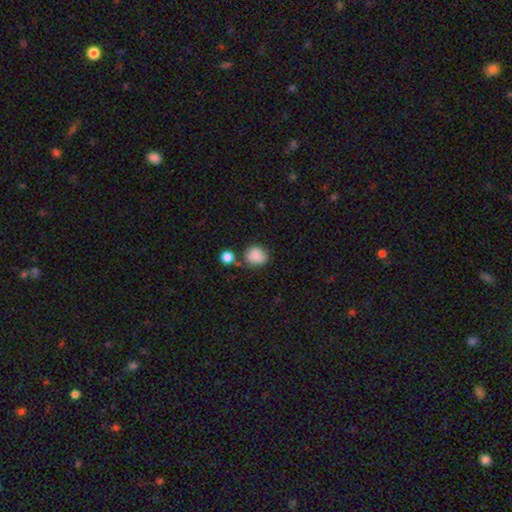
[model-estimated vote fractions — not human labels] smooth 85%, star or artifact 9%, featured or disk 7%. Down the decision tree: how rounded — round (73%); merging — none (66%).